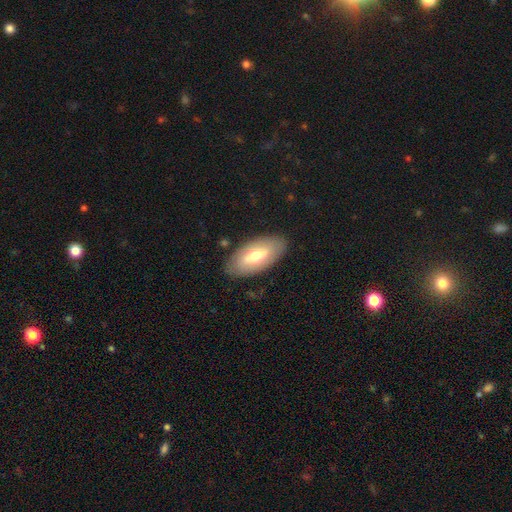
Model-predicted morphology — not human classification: A smooth galaxy with no disk features (59%) that is in between round and cigar-shaped (91%).

Vote fractions:
- Smooth or featured? smooth: 59% / featured or disk: 35% / star or artifact: 5%
- How rounded? in between: 91% / cigar-shaped: 6% / round: 2%
- Merging? none: 84% / minor disturbance: 12% / major disturbance: 3% / merger: 1%